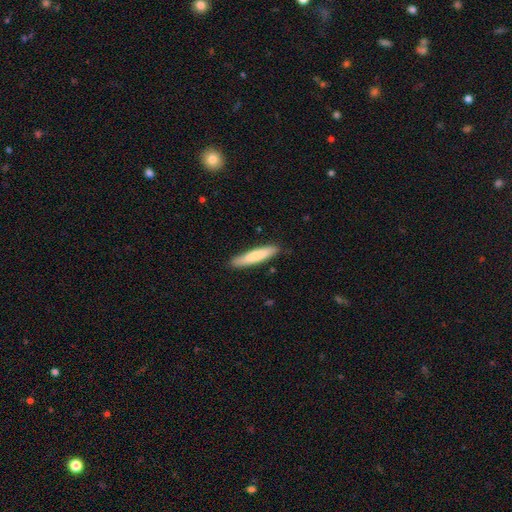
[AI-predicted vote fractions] Overall: smooth (76%). How rounded: cigar-shaped (84%). Merging: none (86%).